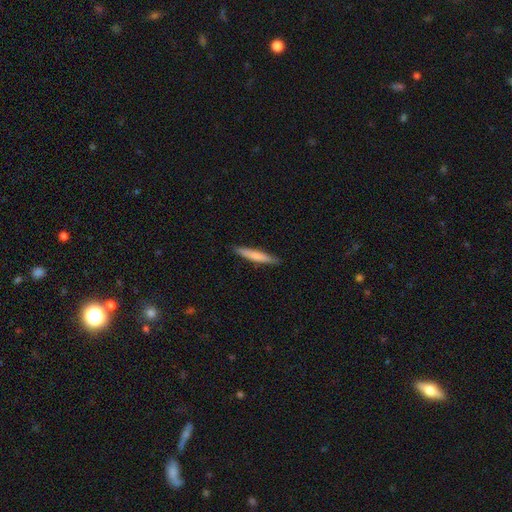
This appears to be a smooth galaxy with no disk features (85%) that is cigar-shaped (91%). Merging: none (90%).